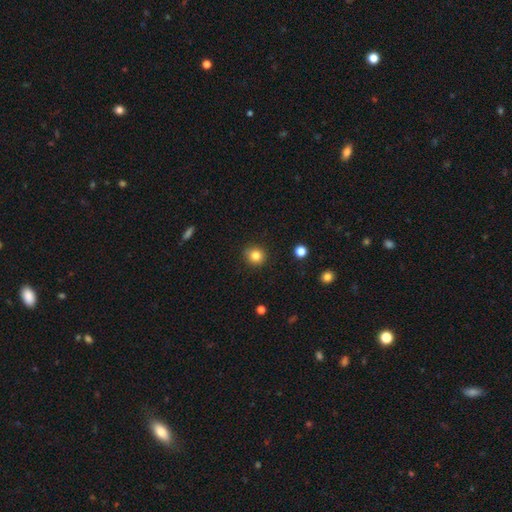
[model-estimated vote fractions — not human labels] This is clearly a smooth galaxy (83%). How rounded: clearly round (91%). Merging: clearly none (89%).